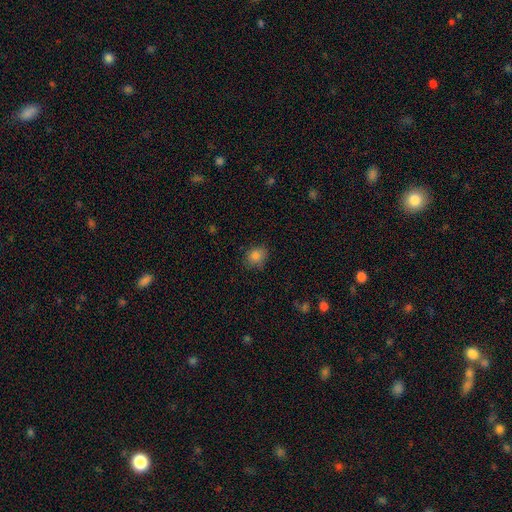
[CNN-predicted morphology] smooth_or_featured: smooth (p=0.83) [alt: star or artifact p=0.11]
how_rounded: round (p=0.67) [alt: in between p=0.32]
merging: none (p=0.80) [alt: minor disturbance p=0.15]